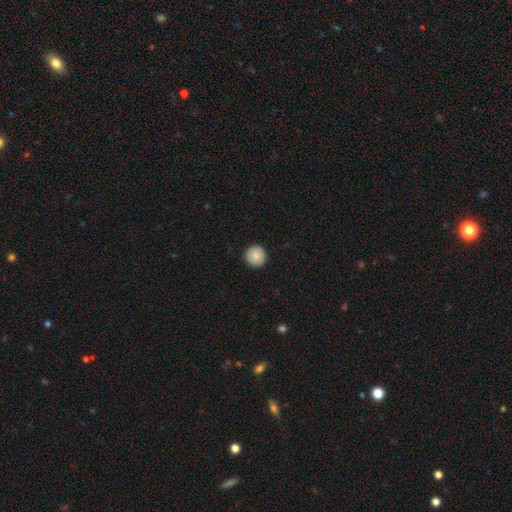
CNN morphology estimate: A smooth galaxy with no disk features (86%) that is round (96%).

Vote fractions:
- Smooth or featured? smooth: 86% / star or artifact: 7% / featured or disk: 7%
- How rounded? round: 96% / in between: 3% / cigar-shaped: 1%
- Merging? none: 93% / minor disturbance: 5% / major disturbance: 1% / merger: 1%